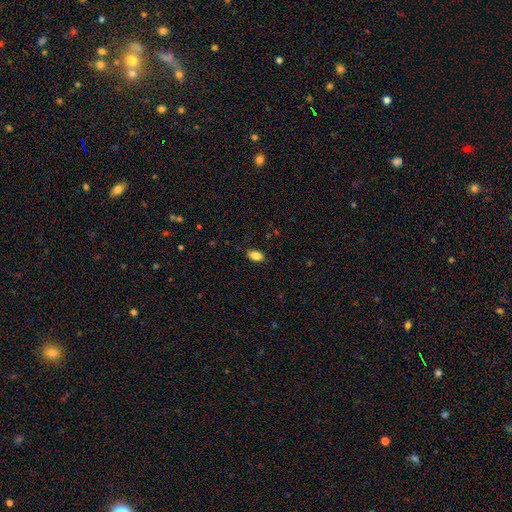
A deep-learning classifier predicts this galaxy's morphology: Q: Smooth or featured?
A: smooth (85%); runner-up: star or artifact (9%)
Q: How rounded?
A: in between (90%); runner-up: round (6%)
Q: Merging?
A: none (86%); runner-up: minor disturbance (10%)